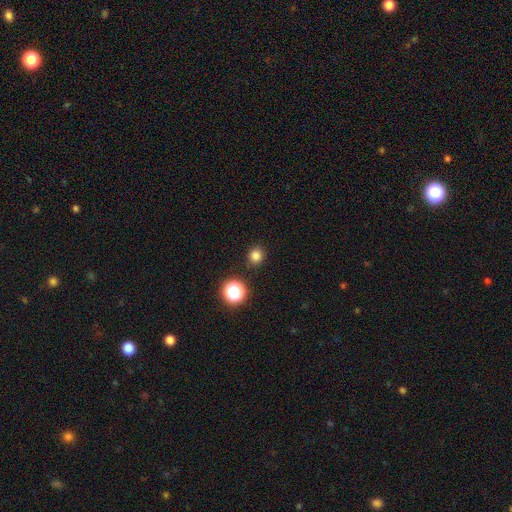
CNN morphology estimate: This is clearly a smooth galaxy (81%). How rounded: clearly round (89%). Merging: clearly none (90%).